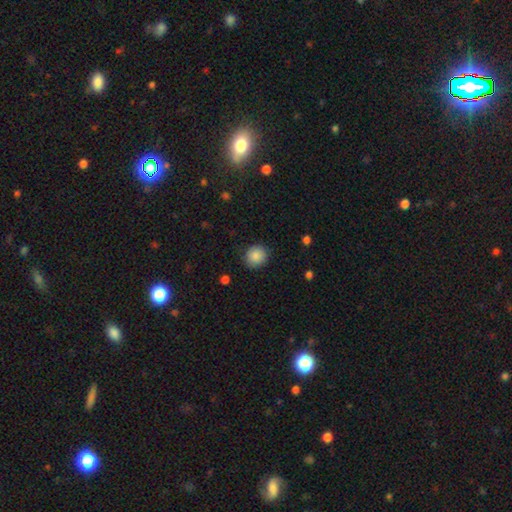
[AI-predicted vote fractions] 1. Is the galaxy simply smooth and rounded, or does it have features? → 87% smooth, 8% star or artifact, 5% featured or disk.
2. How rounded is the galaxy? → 84% round, 15% in between, 1% cigar-shaped.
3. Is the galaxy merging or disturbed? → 86% none, 10% minor disturbance, 3% major disturbance, 1% merger.